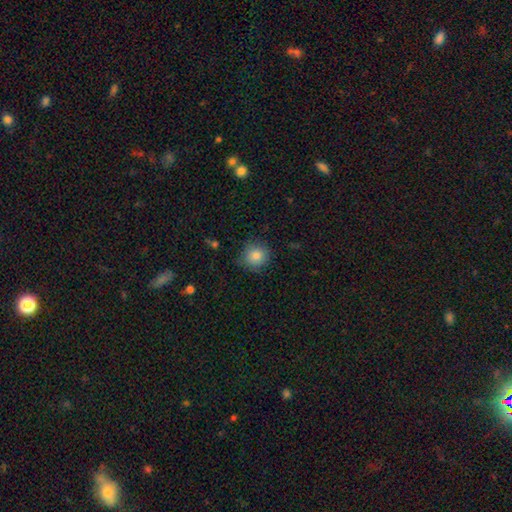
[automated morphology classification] Q: Smooth or featured?
A: smooth (85%); runner-up: star or artifact (9%)
Q: How rounded?
A: round (89%); runner-up: in between (10%)
Q: Merging?
A: none (83%); runner-up: minor disturbance (13%)